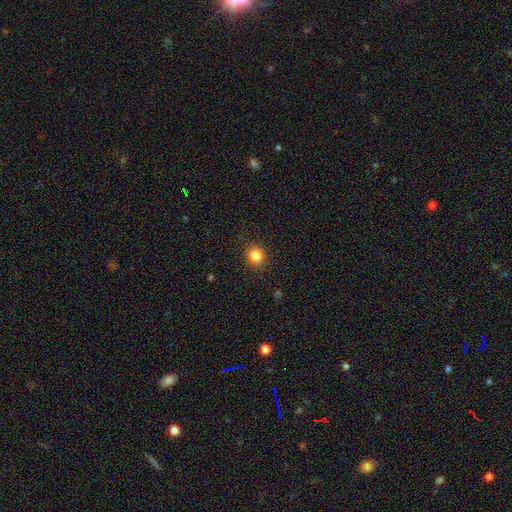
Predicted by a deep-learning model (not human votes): The model was most divided on "smooth or featured": smooth: 84%, star or artifact: 11%, featured or disk: 5%. More confident: merging — none (89%); how rounded — round (86%).